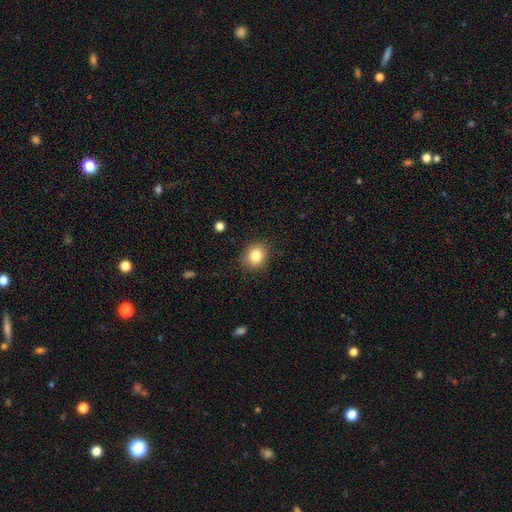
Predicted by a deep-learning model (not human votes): Smooth or featured? smooth (83%)
How rounded? round (63%)
Merging? none (86%)